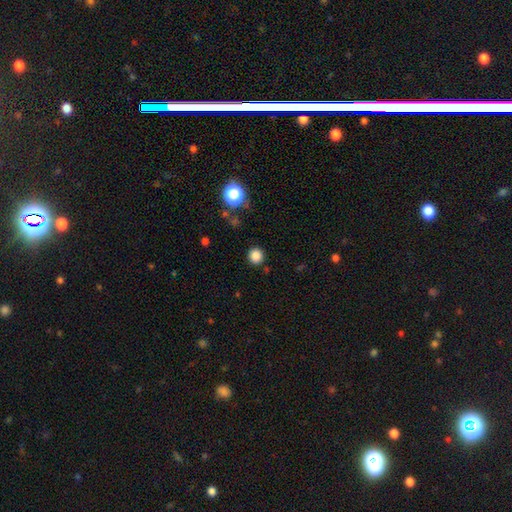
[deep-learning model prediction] This appears to be a smooth galaxy with no disk features (85%) that is round (93%). Merging: none (90%).